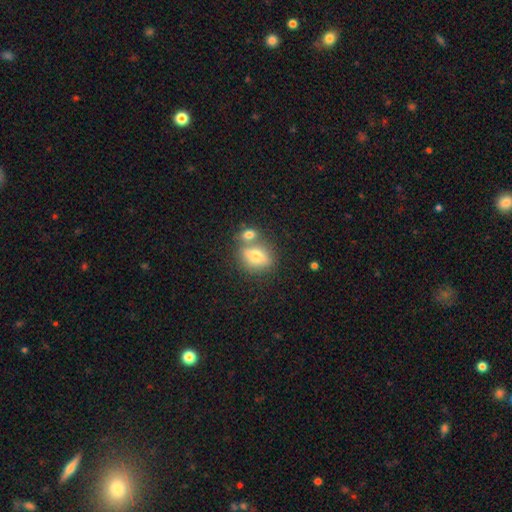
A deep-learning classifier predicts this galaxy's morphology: Q: Smooth or featured?
A: smooth (61%); runner-up: featured or disk (29%)
Q: How rounded?
A: in between (61%); runner-up: round (32%)
Q: Merging?
A: none (51%); runner-up: merger (33%)